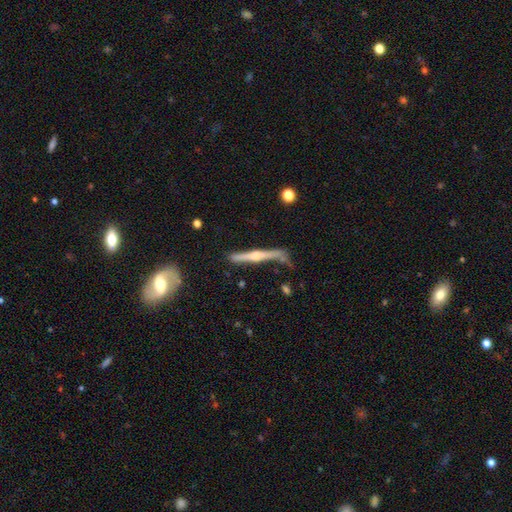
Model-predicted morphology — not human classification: Smooth or featured? Predicted: featured or disk (p=0.76). Edge-on disk? Predicted: yes (p=0.97). Edge-on bulge? Predicted: rounded (p=0.87). Merging? Predicted: none (p=0.69).